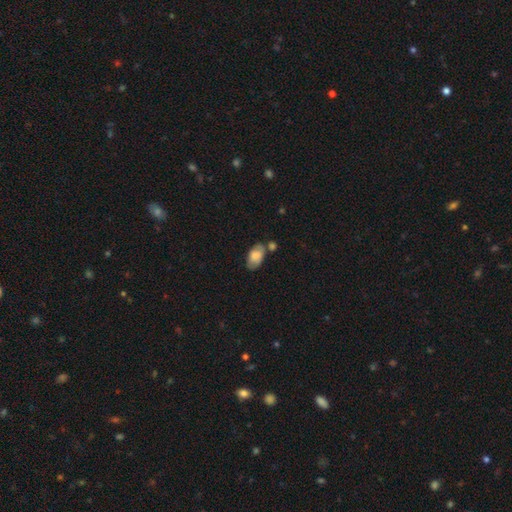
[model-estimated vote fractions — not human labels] A smooth galaxy with no disk features (75%) that is in between round and cigar-shaped (94%).

Vote fractions:
- Smooth or featured? smooth: 75% / featured or disk: 18% / star or artifact: 7%
- How rounded? in between: 94% / round: 5% / cigar-shaped: 2%
- Merging? none: 51% / minor disturbance: 21% / merger: 21% / major disturbance: 7%